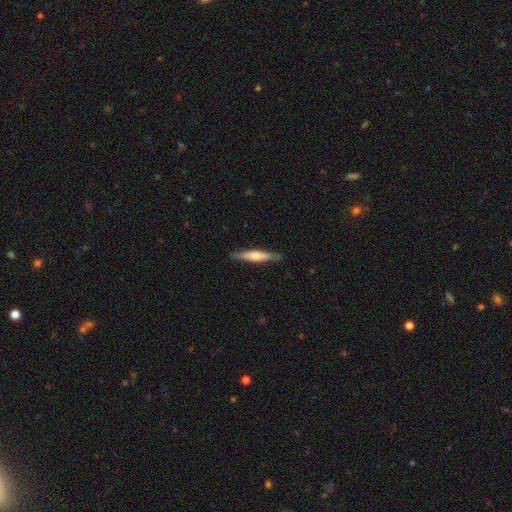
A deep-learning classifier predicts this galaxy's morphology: A smooth galaxy with no disk features (52%) that is cigar-shaped (89%).

Vote fractions:
- Smooth or featured? smooth: 52% / featured or disk: 43% / star or artifact: 5%
- How rounded? cigar-shaped: 89% / in between: 9% / round: 1%
- Merging? none: 86% / minor disturbance: 11% / major disturbance: 2% / merger: 1%